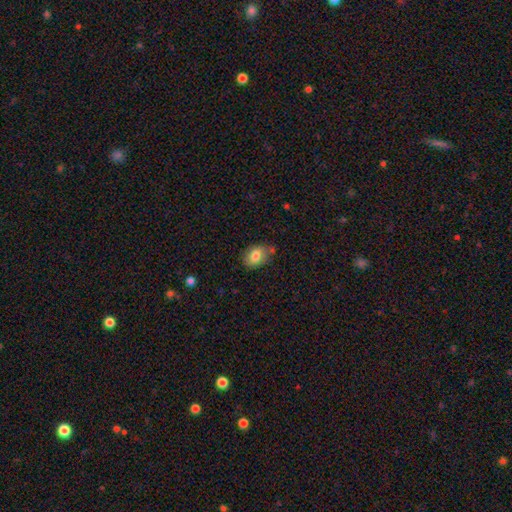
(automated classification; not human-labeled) This is clearly a smooth galaxy (81%). How rounded: likely in between (77%). Merging: likely none (70%).